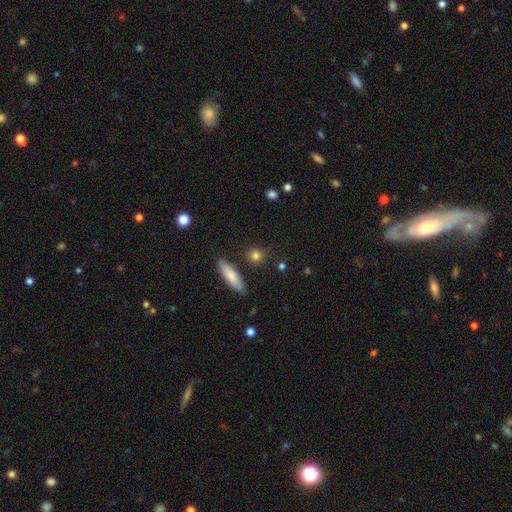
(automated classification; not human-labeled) Smooth or featured? smooth (82%)
How rounded? round (64%)
Merging? none (85%)